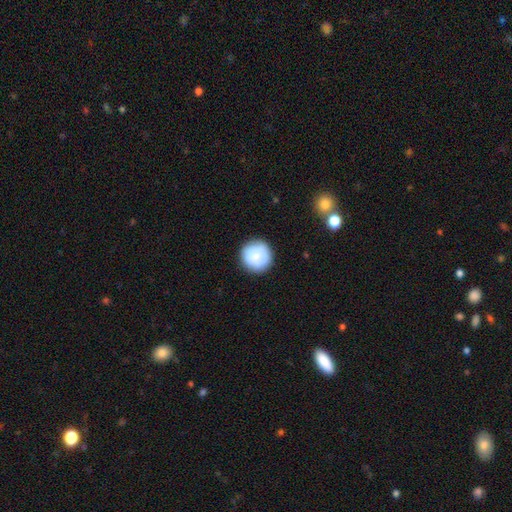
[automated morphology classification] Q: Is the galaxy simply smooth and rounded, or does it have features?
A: smooth — 75%.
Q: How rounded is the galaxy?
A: round — 95%.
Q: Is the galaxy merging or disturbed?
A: none — 86%.